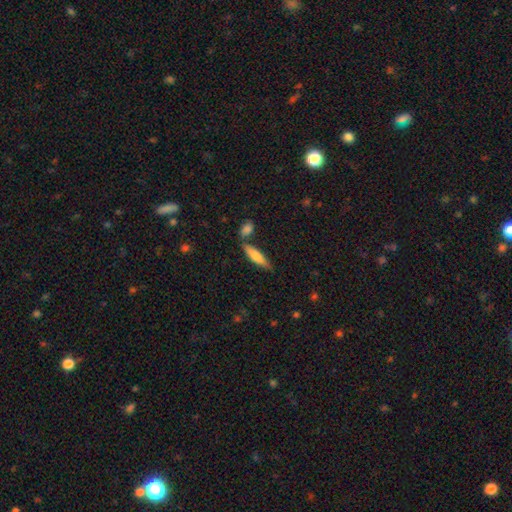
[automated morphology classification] A smooth galaxy with no disk features (71%) that is cigar-shaped (70%). Merging: none (69%).